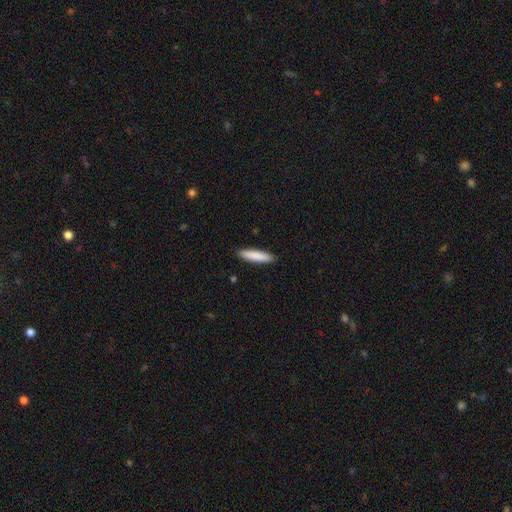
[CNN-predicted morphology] smooth_or_featured: smooth (p=0.85) [alt: featured or disk p=0.09]
how_rounded: cigar-shaped (p=0.85) [alt: in between p=0.14]
merging: none (p=0.91) [alt: minor disturbance p=0.06]